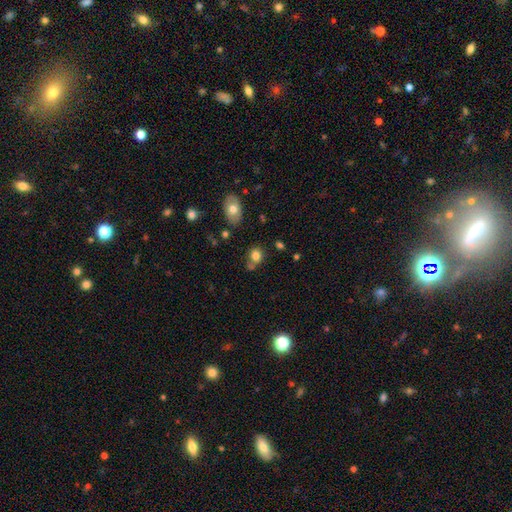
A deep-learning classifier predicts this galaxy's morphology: A smooth galaxy with no disk features (79%) that is round (54%). Merging: none (59%).